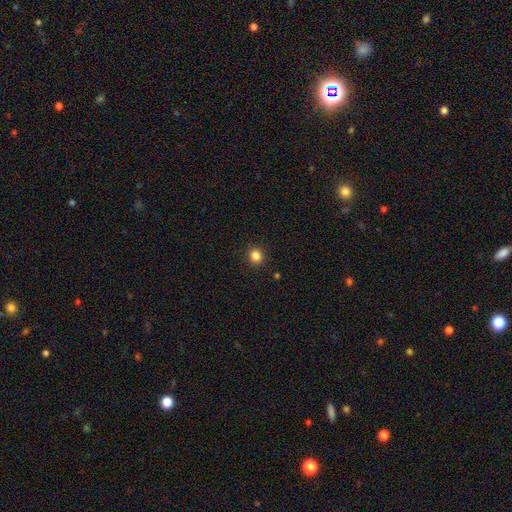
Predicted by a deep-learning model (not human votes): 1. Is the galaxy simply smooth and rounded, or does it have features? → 84% smooth, 12% star or artifact, 4% featured or disk.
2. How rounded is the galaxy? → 78% round, 21% in between, 1% cigar-shaped.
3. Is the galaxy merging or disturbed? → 92% none, 6% minor disturbance, 2% major disturbance, 1% merger.